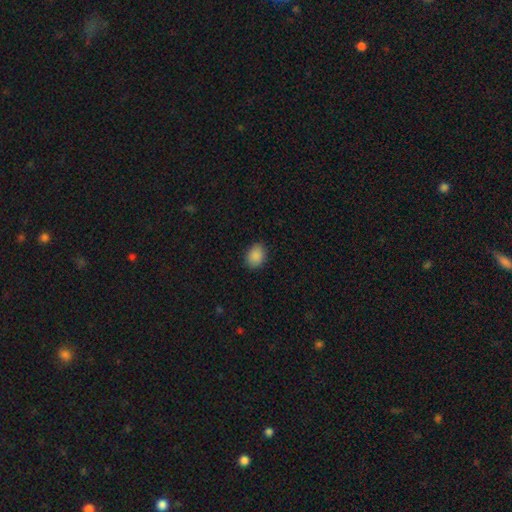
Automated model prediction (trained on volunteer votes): Overall: smooth (89%). How rounded: in between (67%; round 32%). Merging: none (87%).